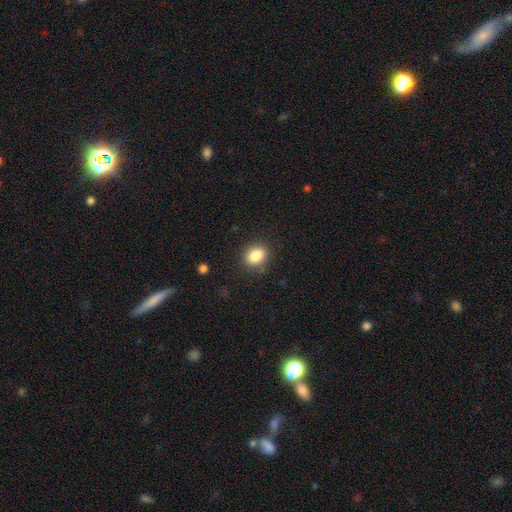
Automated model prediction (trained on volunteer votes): smooth 85%, star or artifact 9%, featured or disk 6%. Down the decision tree: how rounded — in between (64%); merging — none (85%).